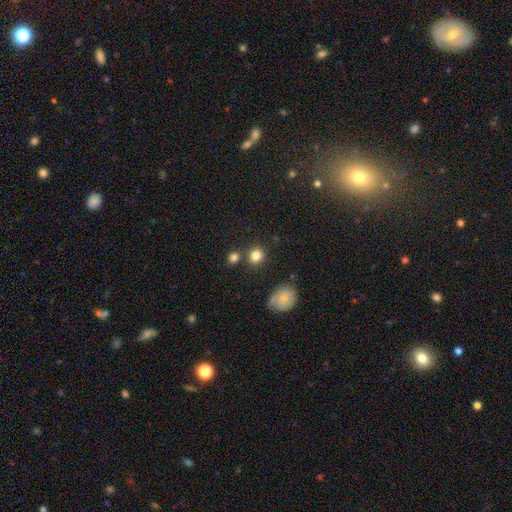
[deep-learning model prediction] Q: Smooth or featured?
A: smooth (82%); runner-up: star or artifact (11%)
Q: How rounded?
A: round (81%); runner-up: in between (18%)
Q: Merging?
A: none (76%); runner-up: merger (11%)